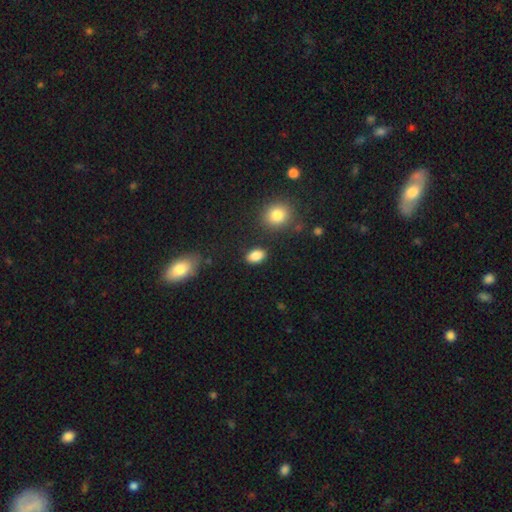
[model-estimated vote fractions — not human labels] Q: Smooth or featured?
A: smooth (86%); runner-up: star or artifact (9%)
Q: How rounded?
A: in between (86%); runner-up: round (12%)
Q: Merging?
A: none (85%); runner-up: minor disturbance (9%)